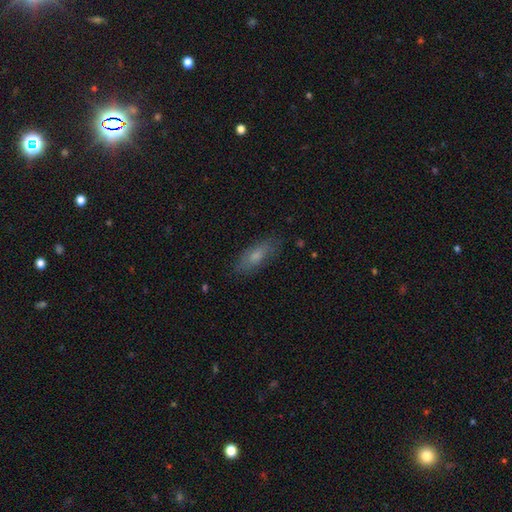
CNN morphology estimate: Overall: smooth (68%). How rounded: in between (69%). Merging: none (80%).